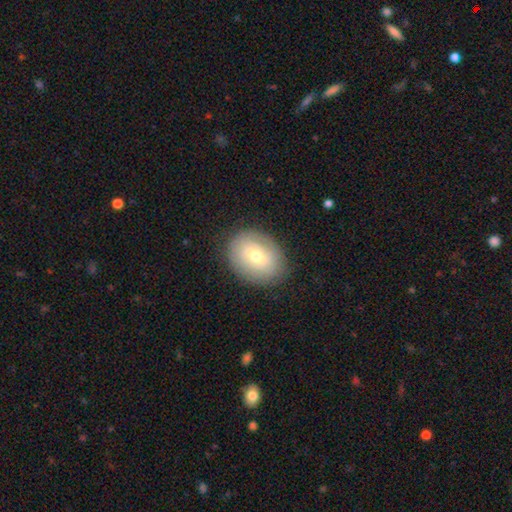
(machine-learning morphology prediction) Overall: smooth (53%; featured or disk 39%). How rounded: in between (64%; round 34%). Merging: none (84%).